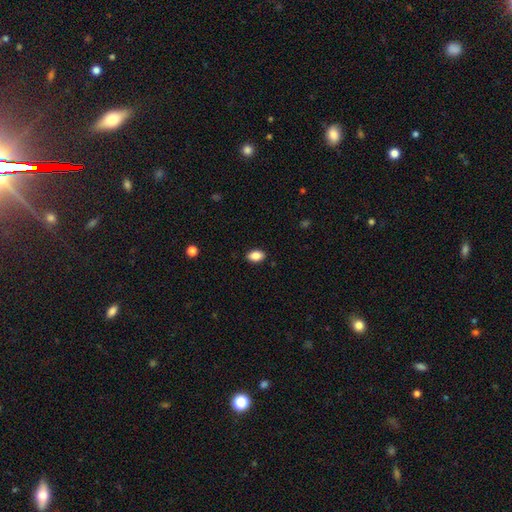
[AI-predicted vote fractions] Smooth or featured? smooth (87%)
How rounded? in between (88%)
Merging? none (88%)